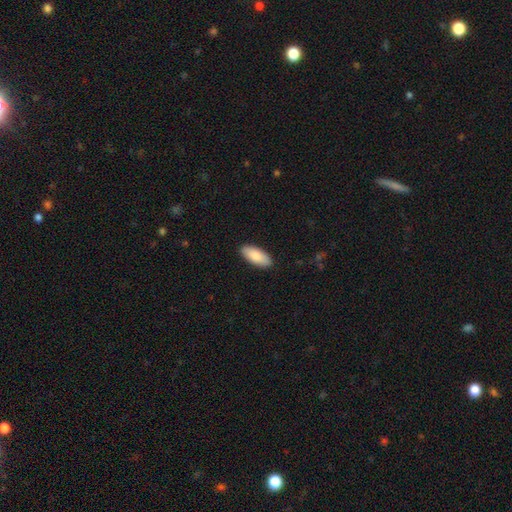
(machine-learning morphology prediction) Smooth or featured? smooth (85%)
How rounded? in between (87%)
Merging? none (90%)